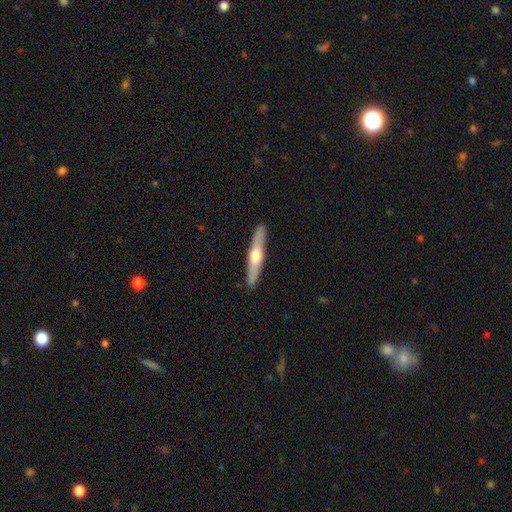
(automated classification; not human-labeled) A featured or disk galaxy (55%) viewed edge-on (93%) with a rounded central bulge (90%). Merging: none (91%).